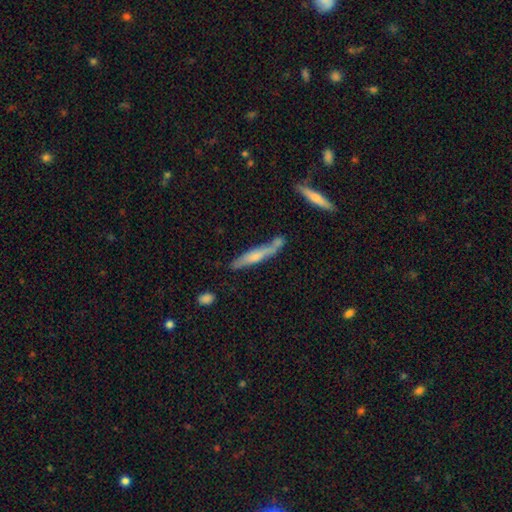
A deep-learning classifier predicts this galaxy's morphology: Smooth or featured? Predicted: smooth (p=0.51). How rounded? Predicted: cigar-shaped (p=0.91). Merging? Predicted: none (p=0.63).